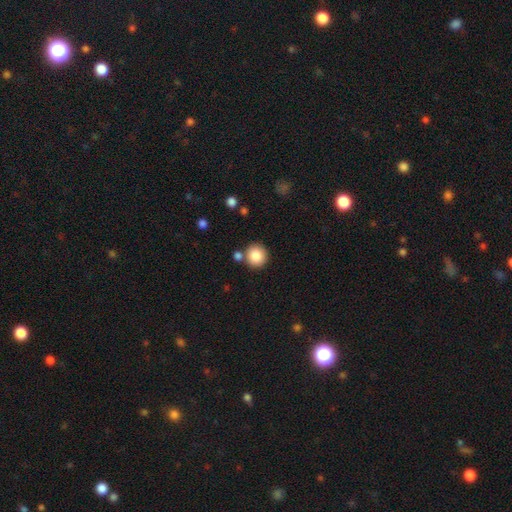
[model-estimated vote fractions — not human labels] Smooth or featured: smooth — 86% (star or artifact — 9%)
How rounded: round — 92% (in between — 7%)
Merging: none — 77% (merger — 12%)